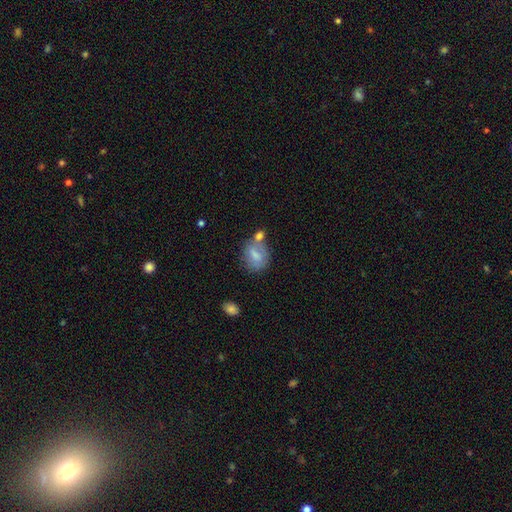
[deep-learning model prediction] A smooth galaxy with no disk features (69%) that is in between round and cigar-shaped (59%).

Vote fractions:
- Smooth or featured? smooth: 69% / featured or disk: 22% / star or artifact: 9%
- How rounded? in between: 59% / round: 39% / cigar-shaped: 2%
- Merging? none: 45% / merger: 25% / minor disturbance: 20% / major disturbance: 9%